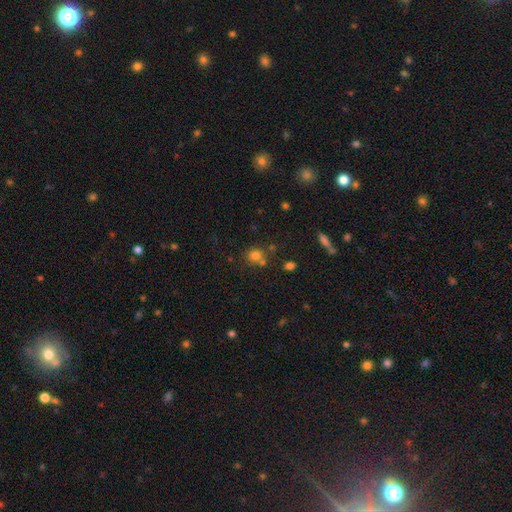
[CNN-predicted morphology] Overall: smooth (74%). How rounded: round (79%). Merging: none (55%; merger 29%).